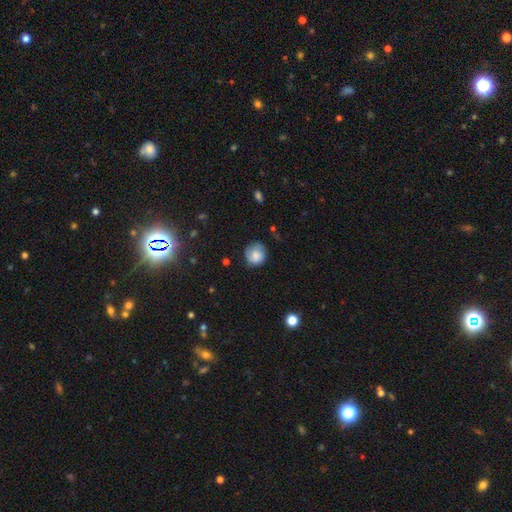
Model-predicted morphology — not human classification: Smooth or featured: smooth — 75% (featured or disk — 17%)
How rounded: round — 88% (in between — 11%)
Merging: none — 72% (minor disturbance — 21%)